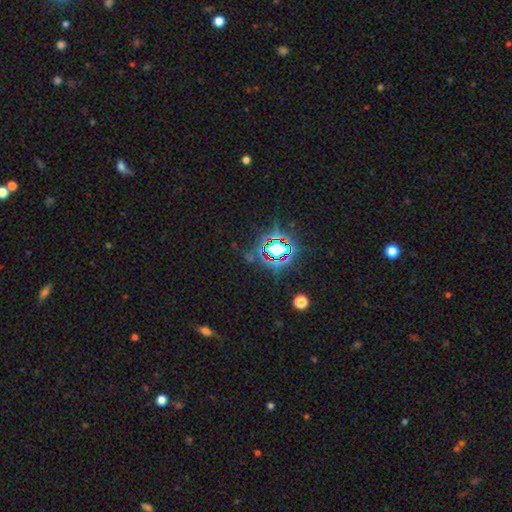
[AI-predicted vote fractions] A star or artifact, not a galaxy (82%).